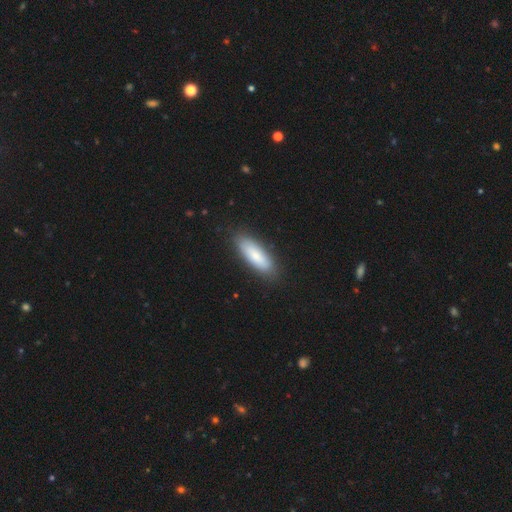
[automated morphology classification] Overall: smooth (77%). How rounded: in between (61%; cigar-shaped 38%). Merging: none (85%).